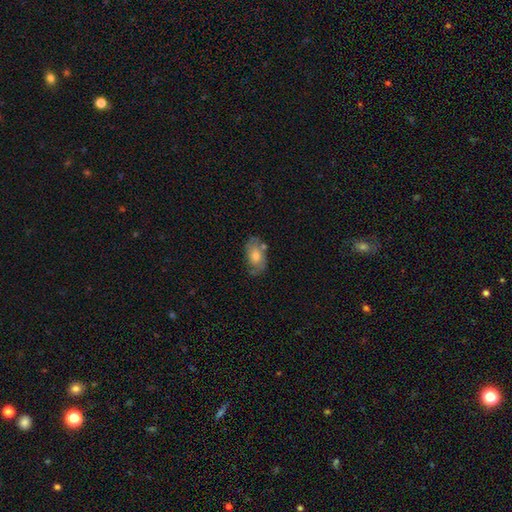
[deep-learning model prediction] Smooth or featured? smooth (51%)
How rounded? in between (88%)
Merging? none (64%)